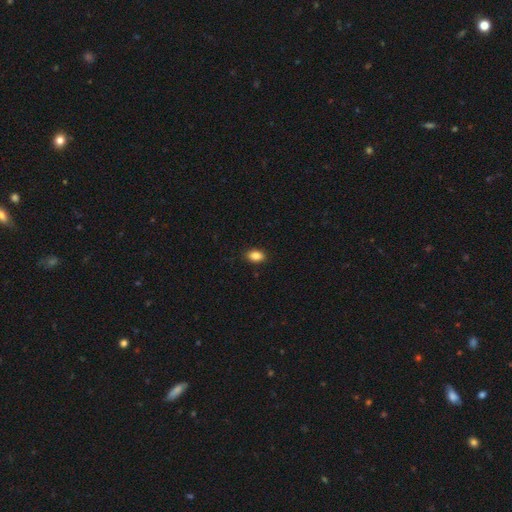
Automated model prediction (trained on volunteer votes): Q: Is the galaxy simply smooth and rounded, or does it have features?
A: smooth — 88%.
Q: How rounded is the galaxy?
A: in between — 84%.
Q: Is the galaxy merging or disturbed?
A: none — 89%.